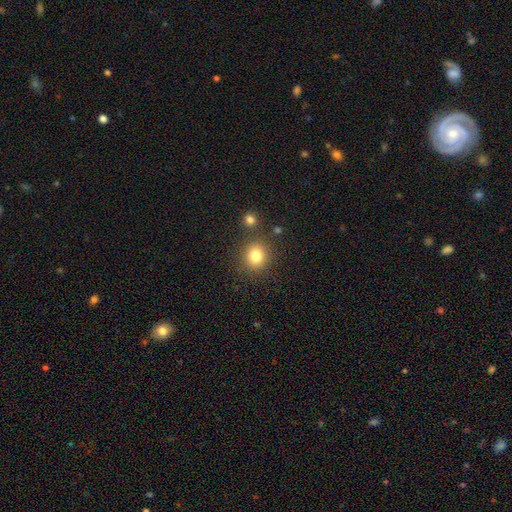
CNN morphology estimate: Smooth or featured: smooth — 81% (star or artifact — 12%)
How rounded: round — 84% (in between — 15%)
Merging: none — 82% (minor disturbance — 8%)